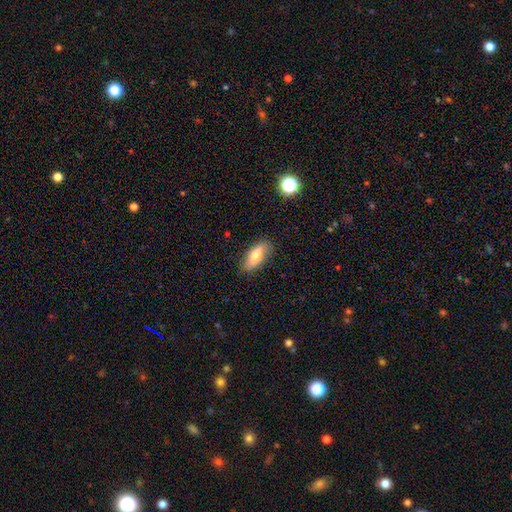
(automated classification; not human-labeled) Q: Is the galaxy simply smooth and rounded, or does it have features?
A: smooth — 67%.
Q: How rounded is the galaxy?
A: in between — 76%.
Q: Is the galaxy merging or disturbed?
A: none — 85%.